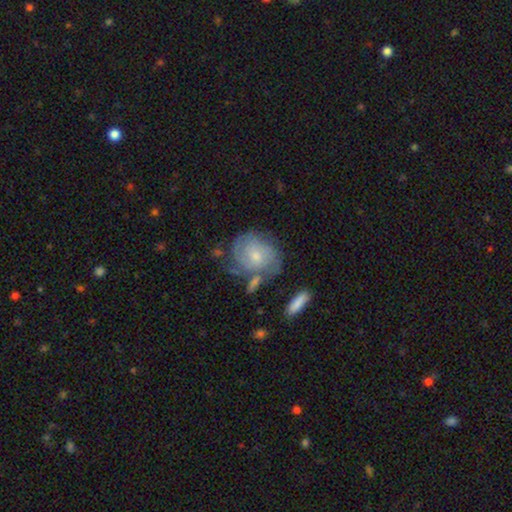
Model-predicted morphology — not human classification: This appears to be a featured or disk galaxy (65%) with no bar (71%), tight (61%) spiral arms (85%) and a small central bulge (53%). Merging: none (56%).